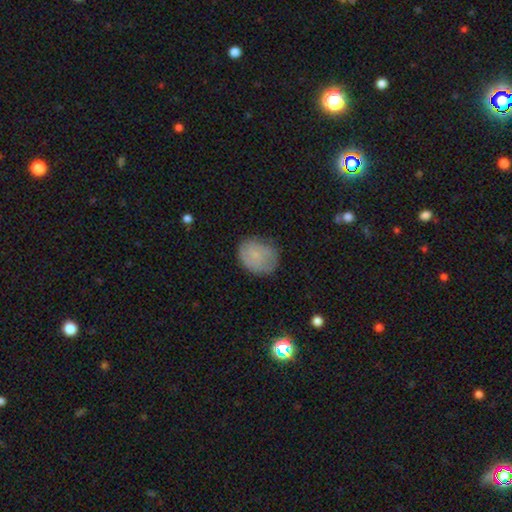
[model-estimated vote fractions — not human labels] Morphology: type=smooth (73%); roundness=round (59%); merging=none (69%).